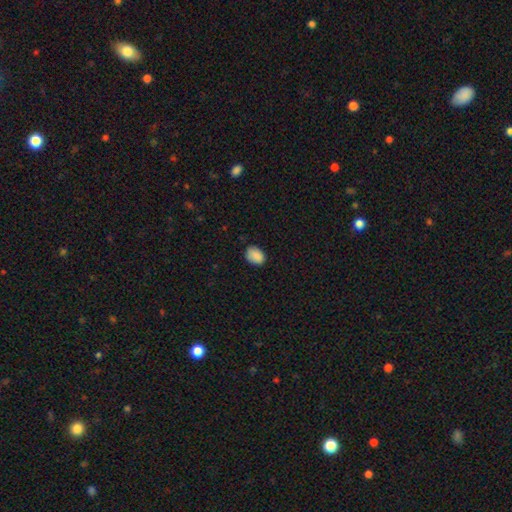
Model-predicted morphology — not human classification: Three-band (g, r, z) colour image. It shows a smooth galaxy with no disk features (88%) that is in between round and cigar-shaped (68%). Merging: none (78%).